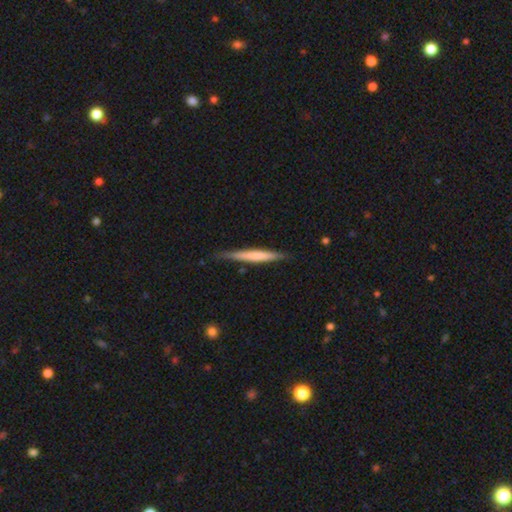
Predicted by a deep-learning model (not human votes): Q: Smooth or featured?
A: smooth (55%); runner-up: featured or disk (40%)
Q: How rounded?
A: cigar-shaped (96%); runner-up: in between (3%)
Q: Merging?
A: none (83%); runner-up: minor disturbance (13%)